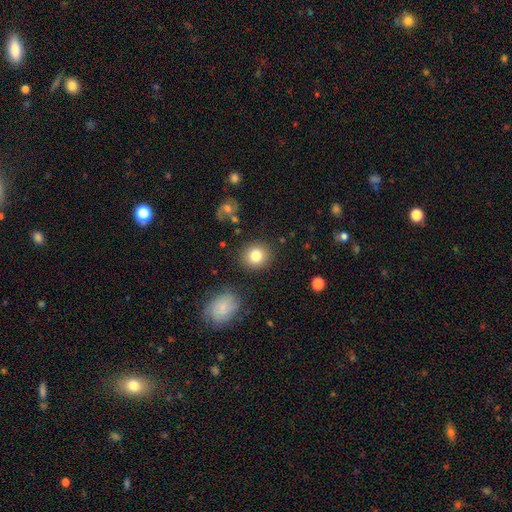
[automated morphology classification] Smooth or featured? Predicted: smooth (p=0.82). How rounded? Predicted: round (p=0.84). Merging? Predicted: none (p=0.86).